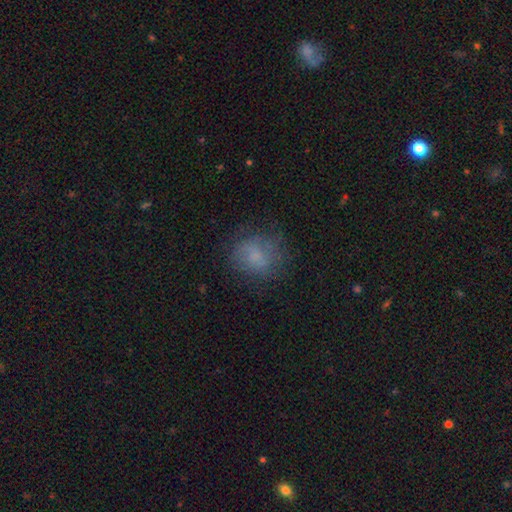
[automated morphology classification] type=smooth (66%); roundness=round (66%); merging=none (65%).